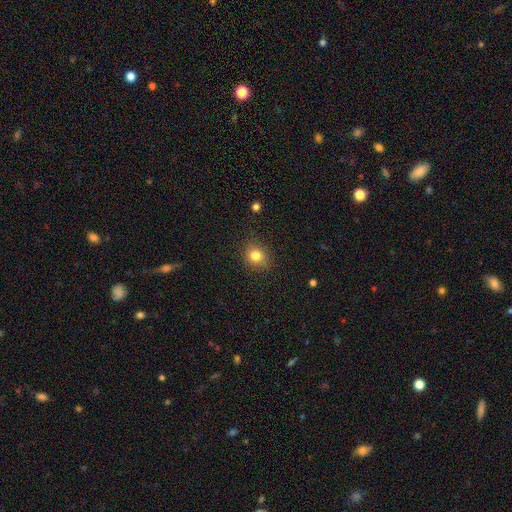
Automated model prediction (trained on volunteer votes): This appears to be a smooth galaxy with no disk features (81%) that is round (74%). Merging: none (84%).